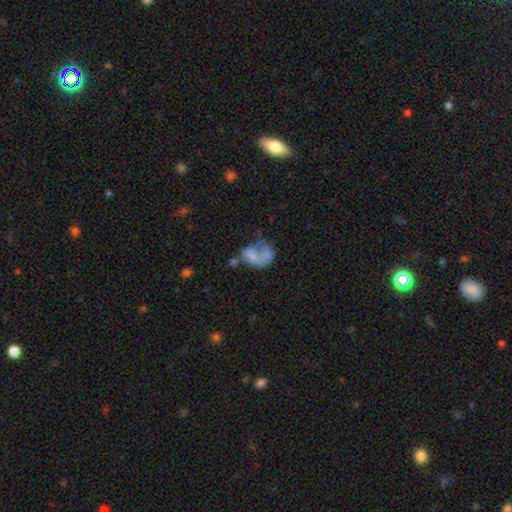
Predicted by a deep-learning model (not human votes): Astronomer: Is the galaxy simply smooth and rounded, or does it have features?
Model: smooth — 47% (runner-up: featured or disk, 42%).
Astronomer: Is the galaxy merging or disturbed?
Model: major disturbance — 37% (runner-up: merger, 24%).